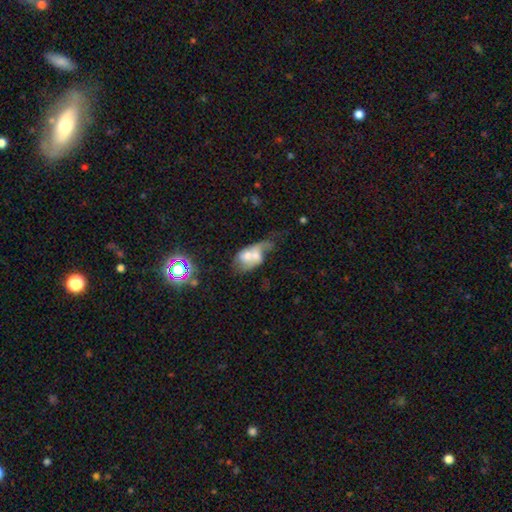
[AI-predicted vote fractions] smooth_or_featured: smooth (p=0.49) [alt: featured or disk p=0.41]
merging: merger (p=0.60) [alt: major disturbance p=0.16]